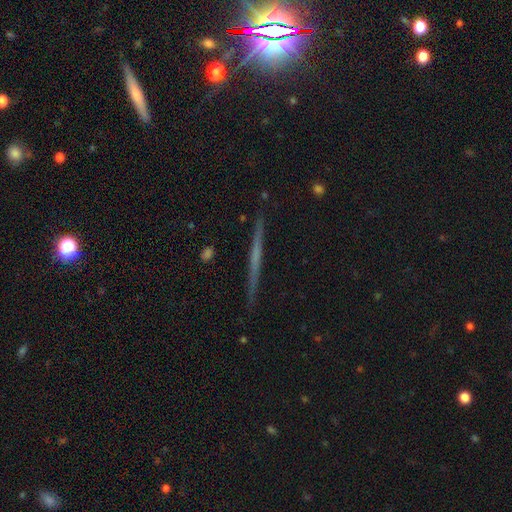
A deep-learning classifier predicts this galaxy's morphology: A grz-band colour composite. It shows a featured or disk galaxy (63%) viewed edge-on (98%) with no central bulge (81%). Merging: none (91%).